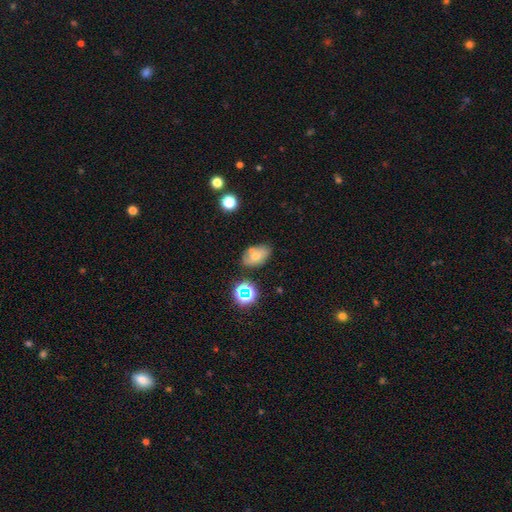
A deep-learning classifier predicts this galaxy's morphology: This appears to be a smooth galaxy with no disk features (45%). Merging: none (71%).